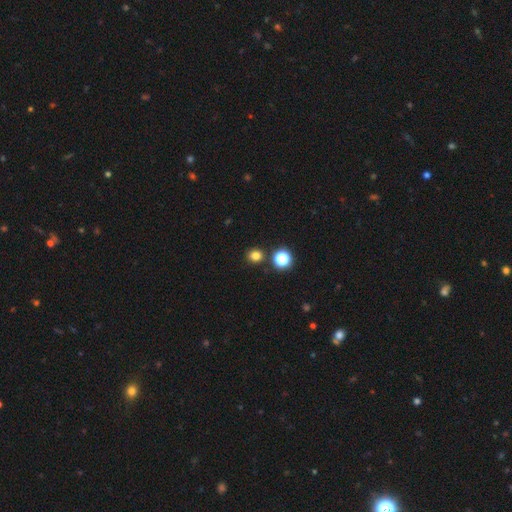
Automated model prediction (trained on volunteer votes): This appears to be a smooth galaxy with no disk features (77%) that is round (84%). Merging: none (85%).